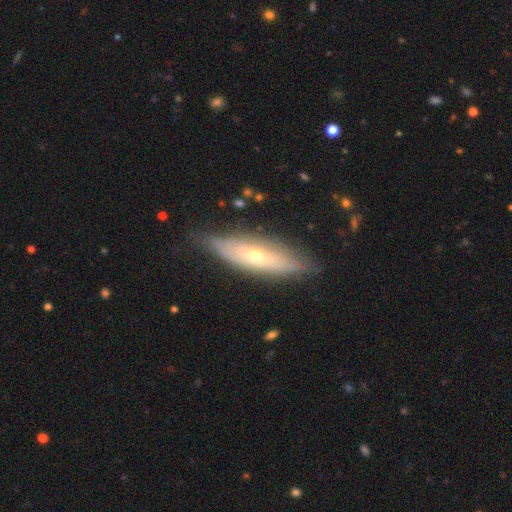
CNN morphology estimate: Smooth or featured: featured or disk — 59% (smooth — 34%)
Edge-on disk: yes — 52% (no — 48%)
Merging: none — 76% (minor disturbance — 19%)